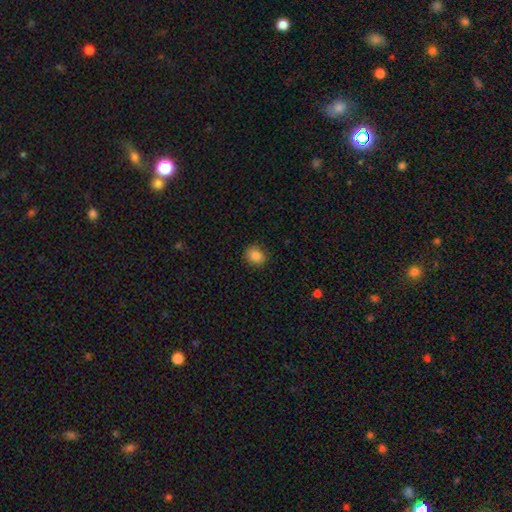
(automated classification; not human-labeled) smooth 85%, star or artifact 10%, featured or disk 5%. Down the decision tree: how rounded — round (60%); merging — none (86%).